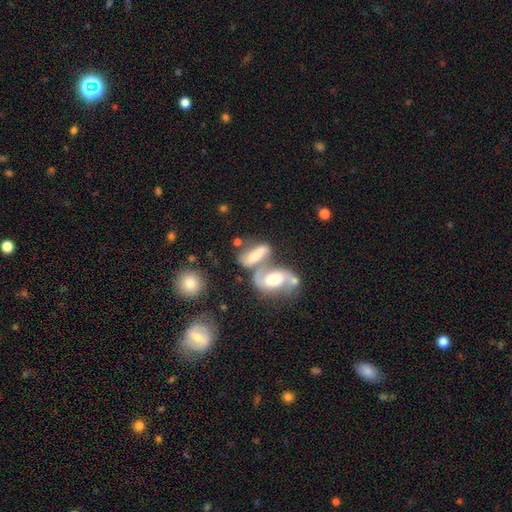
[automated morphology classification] Overall: featured or disk (55%; smooth 36%). Edge-on disk: no (80%). Merging: merger (54%; none 26%).